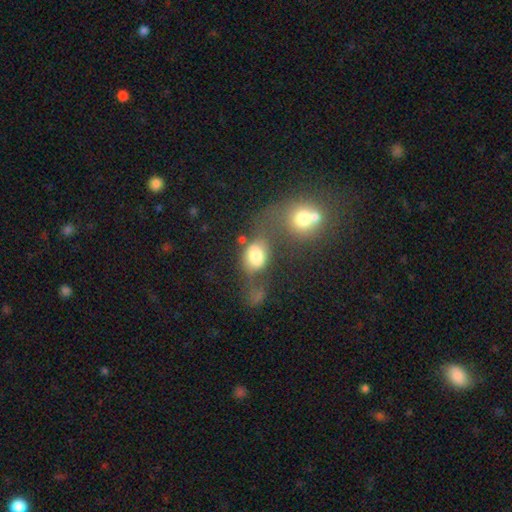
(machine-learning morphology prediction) Overall: smooth (69%). How rounded: in between (69%). Merging: merger (35%; none 28%).